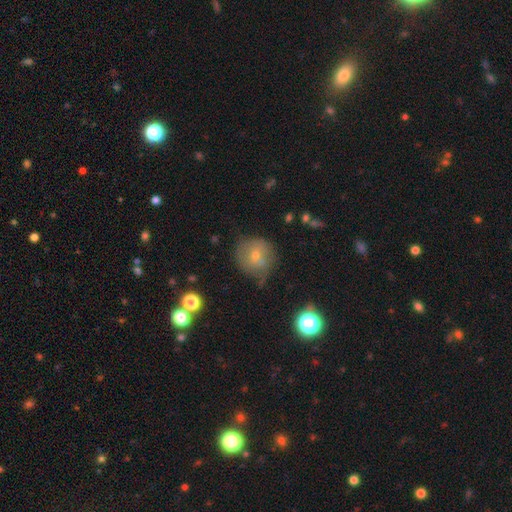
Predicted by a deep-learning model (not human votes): Morphology: type=smooth (55%); roundness=round (89%); merging=none (63%).